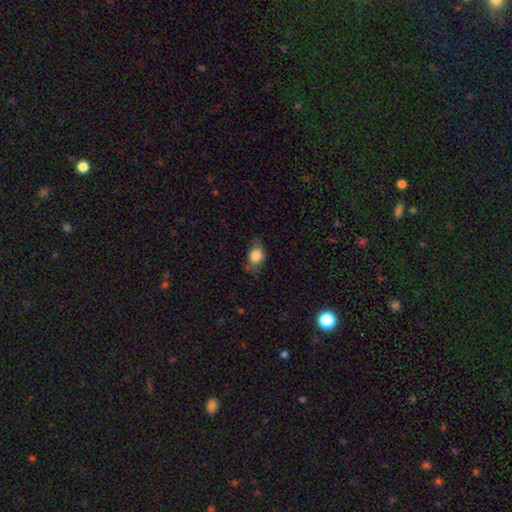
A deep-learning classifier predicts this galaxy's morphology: Smooth or featured? Predicted: smooth (p=0.80). How rounded? Predicted: in between (p=0.62). Merging? Predicted: none (p=0.55).